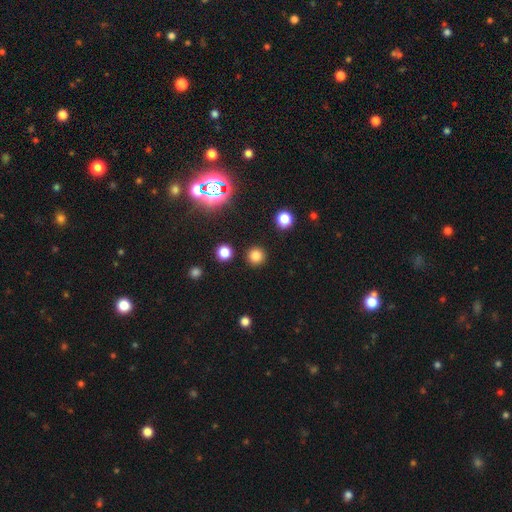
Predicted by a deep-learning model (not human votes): Smooth or featured?
  - smooth: 79% *
  - star or artifact: 17%
  - featured or disk: 4%
How rounded?
  - round: 95% *
  - in between: 4%
  - cigar-shaped: 1%
Merging?
  - none: 91% *
  - minor disturbance: 5%
  - major disturbance: 2%
  - merger: 2%